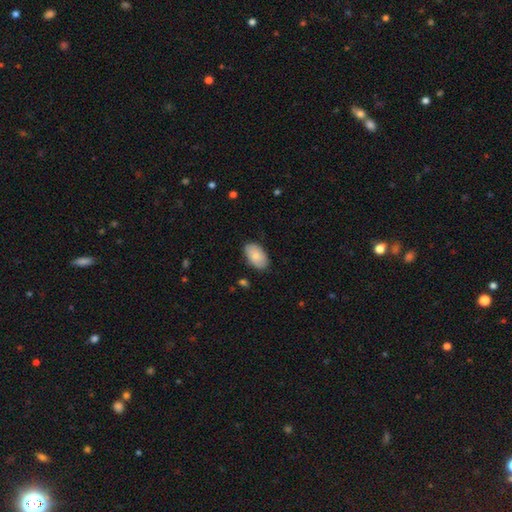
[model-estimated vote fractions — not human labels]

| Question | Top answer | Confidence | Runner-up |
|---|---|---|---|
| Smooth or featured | smooth | 79% | featured or disk (15%) |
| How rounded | in between | 94% | round (5%) |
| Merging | none | 81% | minor disturbance (15%) |